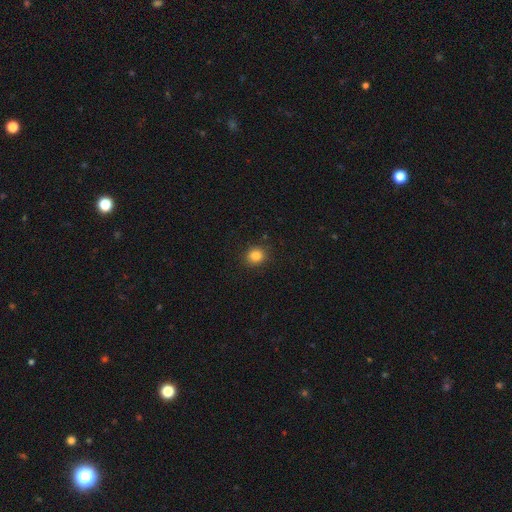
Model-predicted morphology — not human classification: A smooth galaxy with no disk features (83%) that is round (82%). Merging: none (90%).